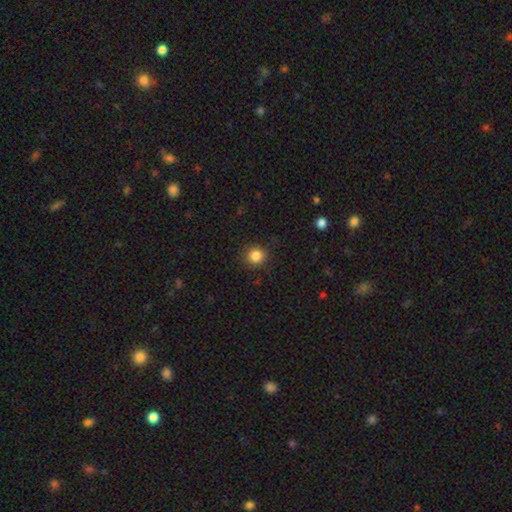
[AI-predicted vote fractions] This is clearly a smooth galaxy (85%). How rounded: clearly round (92%). Merging: clearly none (89%).